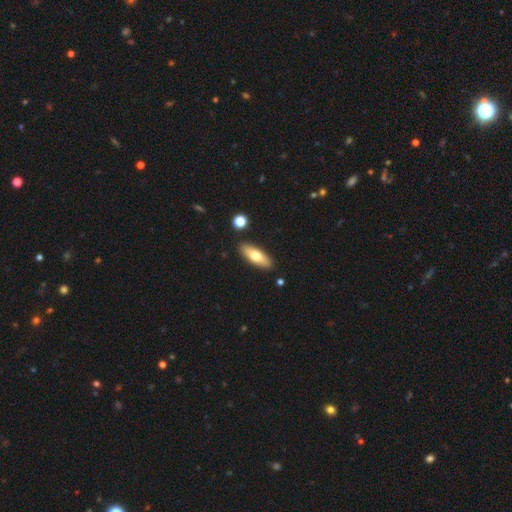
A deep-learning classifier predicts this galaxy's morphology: Q: Smooth or featured?
A: smooth (65%); runner-up: featured or disk (29%)
Q: How rounded?
A: in between (61%); runner-up: cigar-shaped (36%)
Q: Merging?
A: none (88%); runner-up: minor disturbance (8%)